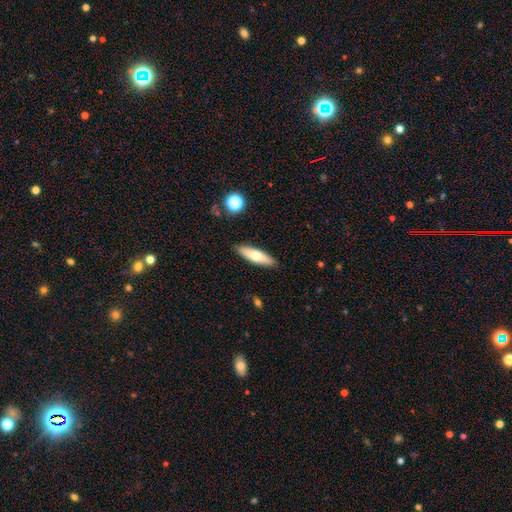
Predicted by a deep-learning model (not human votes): Smooth or featured? Predicted: smooth (p=0.63). How rounded? Predicted: cigar-shaped (p=0.58). Merging? Predicted: none (p=0.89).